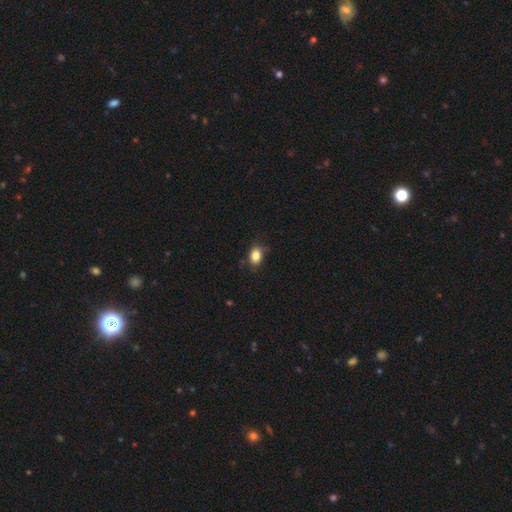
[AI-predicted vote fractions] The model was most divided on "how rounded": in between: 70%, round: 28%, cigar-shaped: 1%. More confident: smooth or featured — smooth (85%); merging — none (73%).